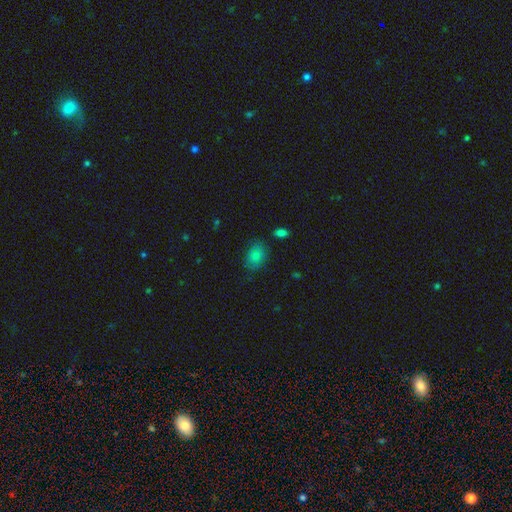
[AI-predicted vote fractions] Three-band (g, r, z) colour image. It shows a smooth galaxy with no disk features (83%) that is in between round and cigar-shaped (75%). Merging: none (77%).